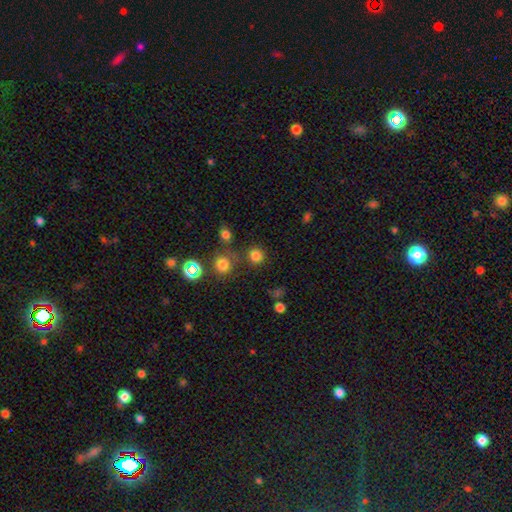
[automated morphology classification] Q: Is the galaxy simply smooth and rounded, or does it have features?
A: smooth — 78%.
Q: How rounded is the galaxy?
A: round — 89%.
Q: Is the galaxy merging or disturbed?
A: none — 77%.